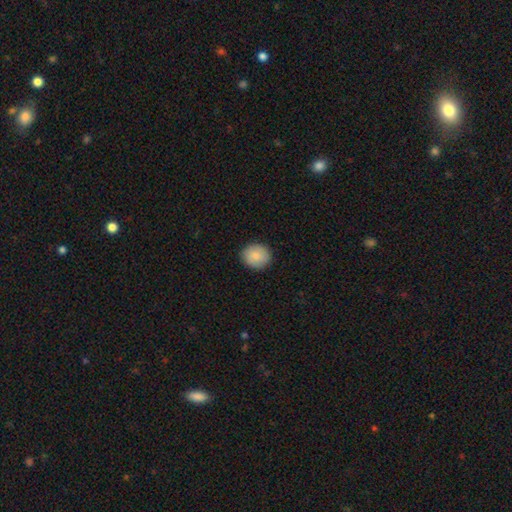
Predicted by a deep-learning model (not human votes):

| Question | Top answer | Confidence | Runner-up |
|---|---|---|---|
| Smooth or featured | smooth | 85% | featured or disk (8%) |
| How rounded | round | 81% | in between (18%) |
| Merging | none | 89% | minor disturbance (9%) |